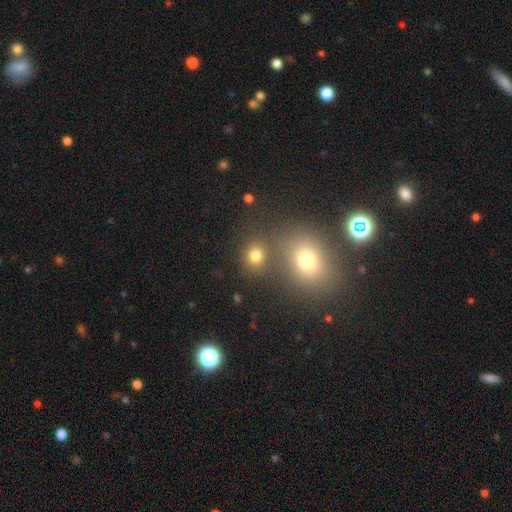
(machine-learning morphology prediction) A smooth galaxy with no disk features (77%) that is round (77%).

Vote fractions:
- Smooth or featured? smooth: 77% / star or artifact: 16% / featured or disk: 7%
- How rounded? round: 77% / in between: 22% / cigar-shaped: 1%
- Merging? none: 65% / merger: 23% / minor disturbance: 8% / major disturbance: 4%